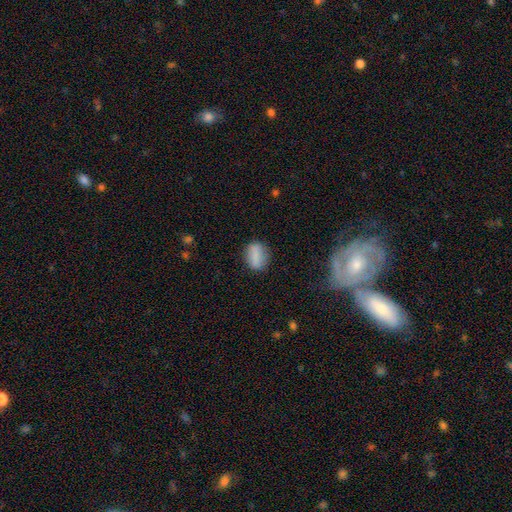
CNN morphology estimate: A smooth galaxy with no disk features (78%) that is in between round and cigar-shaped (63%).

Vote fractions:
- Smooth or featured? smooth: 78% / featured or disk: 13% / star or artifact: 9%
- How rounded? in between: 63% / round: 32% / cigar-shaped: 5%
- Merging? none: 81% / minor disturbance: 13% / major disturbance: 4% / merger: 2%